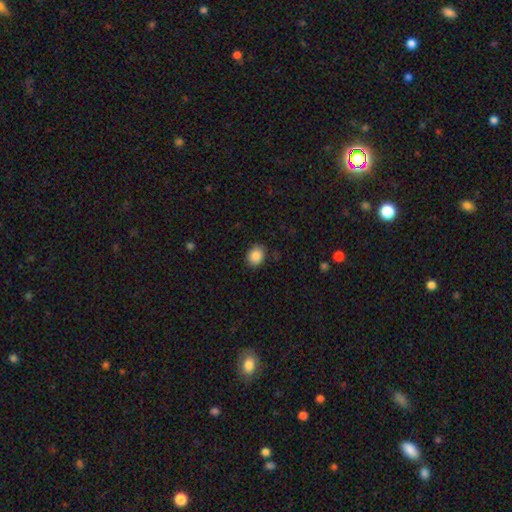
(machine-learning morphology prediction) smooth 88%, star or artifact 8%, featured or disk 4%. Down the decision tree: how rounded — round (52%); merging — none (87%).